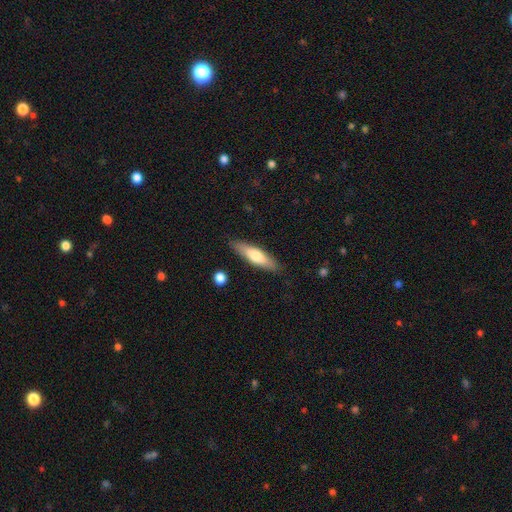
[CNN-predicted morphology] Q: Smooth or featured?
A: smooth (64%); runner-up: featured or disk (31%)
Q: How rounded?
A: cigar-shaped (69%); runner-up: in between (29%)
Q: Merging?
A: none (86%); runner-up: minor disturbance (10%)